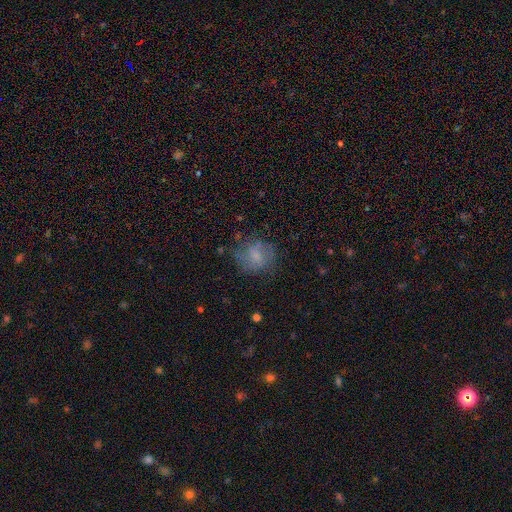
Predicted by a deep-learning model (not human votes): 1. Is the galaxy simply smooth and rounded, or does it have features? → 62% smooth, 28% featured or disk, 10% star or artifact.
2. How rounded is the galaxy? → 68% round, 31% in between, 1% cigar-shaped.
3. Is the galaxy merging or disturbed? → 61% none, 23% minor disturbance, 14% major disturbance, 2% merger.